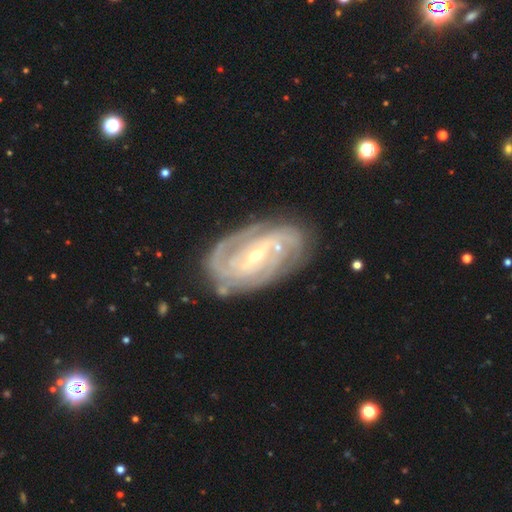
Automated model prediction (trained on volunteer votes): A featured or disk galaxy (89%) with a strong bar (42%), 2 (38%) tight (62%) spiral arms (97%) and a small central bulge (65%). Merging: none (75%).